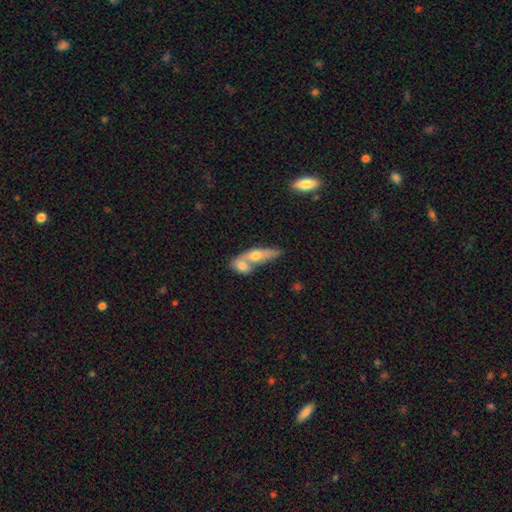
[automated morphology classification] The model was most divided on "how rounded": in between: 52%, cigar-shaped: 42%, round: 6%. More confident: merging — merger (61%); smooth or featured — smooth (52%).